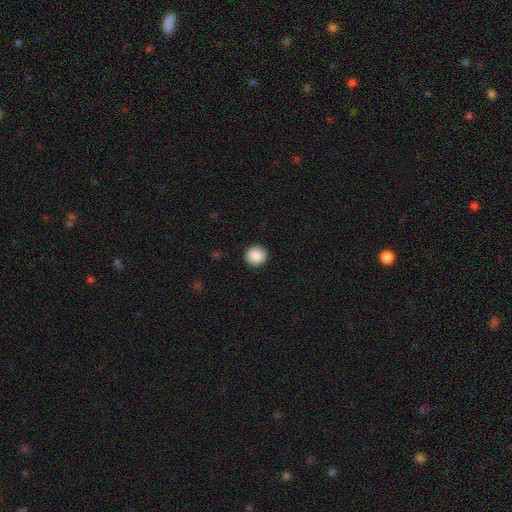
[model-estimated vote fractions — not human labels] smooth_or_featured: smooth (p=0.88) [alt: star or artifact p=0.08]
how_rounded: round (p=0.92) [alt: in between p=0.07]
merging: none (p=0.91) [alt: minor disturbance p=0.06]